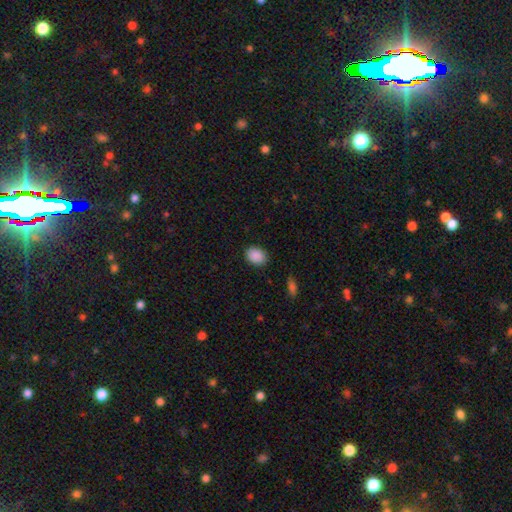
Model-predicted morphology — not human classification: A smooth galaxy with no disk features (90%) that is in between round and cigar-shaped (61%).

Vote fractions:
- Smooth or featured? smooth: 90% / star or artifact: 7% / featured or disk: 3%
- How rounded? in between: 61% / round: 38% / cigar-shaped: 1%
- Merging? none: 87% / minor disturbance: 9% / major disturbance: 2% / merger: 1%